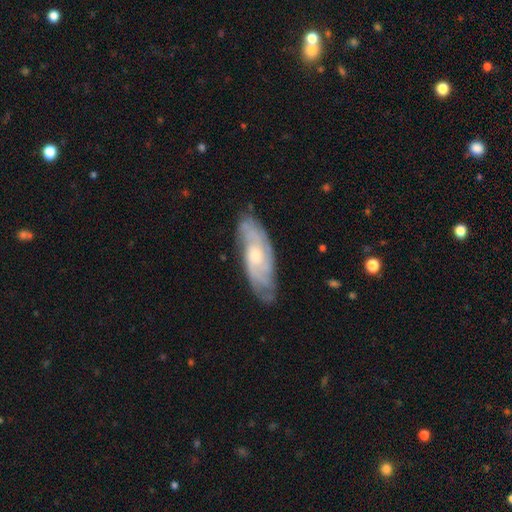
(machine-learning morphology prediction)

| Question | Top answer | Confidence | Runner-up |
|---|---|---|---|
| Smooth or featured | featured or disk | 77% | smooth (17%) |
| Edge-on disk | no | 86% | yes (14%) |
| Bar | no | 71% | weak (25%) |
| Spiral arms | yes | 93% | no (7%) |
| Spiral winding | tight | 56% | medium (35%) |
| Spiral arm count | can't tell | 40% | 2 (22%) |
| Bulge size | small | 56% | moderate (39%) |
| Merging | none | 76% | minor disturbance (19%) |